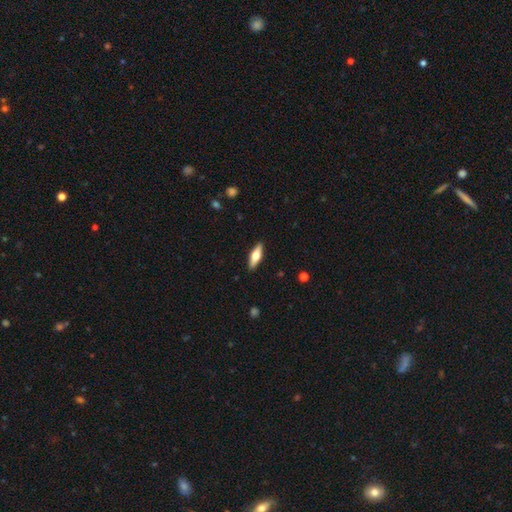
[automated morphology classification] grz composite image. It shows a smooth galaxy with no disk features (53%) that is cigar-shaped (51%). Merging: none (90%).